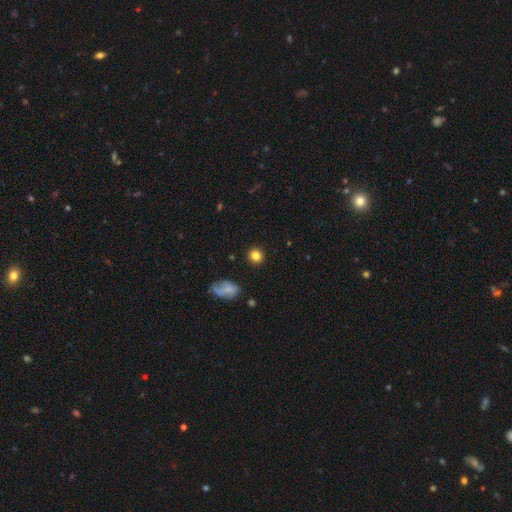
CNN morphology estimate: This appears to be a smooth galaxy with no disk features (82%) that is round (87%). Merging: none (89%).